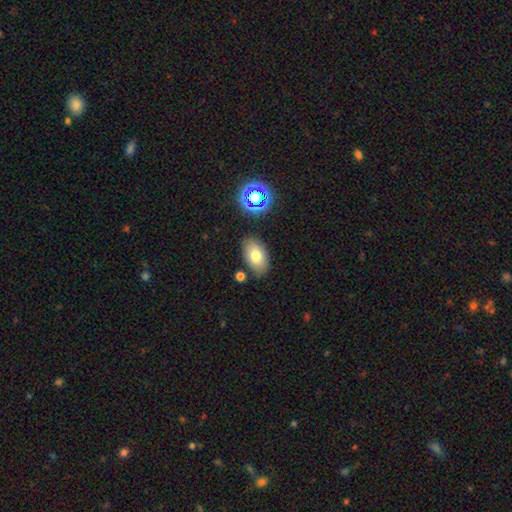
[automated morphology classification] This is likely a smooth galaxy (74%). How rounded: clearly in between (91%). Merging: likely none (80%).